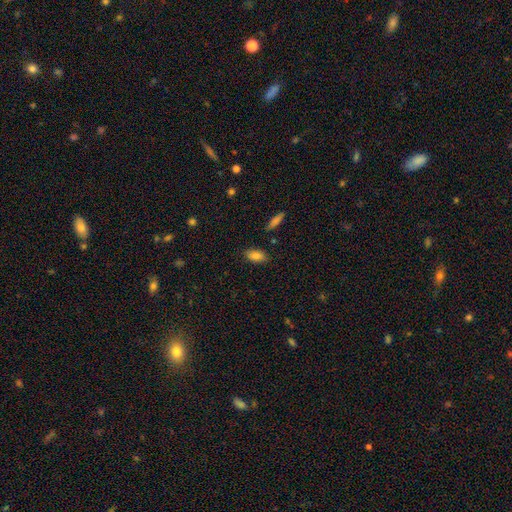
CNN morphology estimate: Smooth or featured? Predicted: smooth (p=0.84). How rounded? Predicted: in between (p=0.90). Merging? Predicted: none (p=0.84).